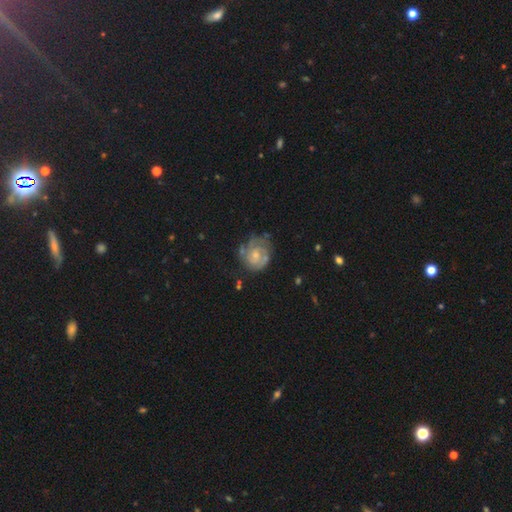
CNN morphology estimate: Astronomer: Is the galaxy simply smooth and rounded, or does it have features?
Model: featured or disk — 81%.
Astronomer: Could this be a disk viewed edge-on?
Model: no — 98%.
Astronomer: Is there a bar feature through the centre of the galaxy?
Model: no — 66%.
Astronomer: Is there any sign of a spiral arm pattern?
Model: yes — 94%.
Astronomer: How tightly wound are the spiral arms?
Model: tight — 65%.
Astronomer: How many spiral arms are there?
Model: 2 — 53%.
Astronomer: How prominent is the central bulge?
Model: small — 57% (runner-up: moderate, 37%).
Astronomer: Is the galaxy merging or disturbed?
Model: none — 63%.